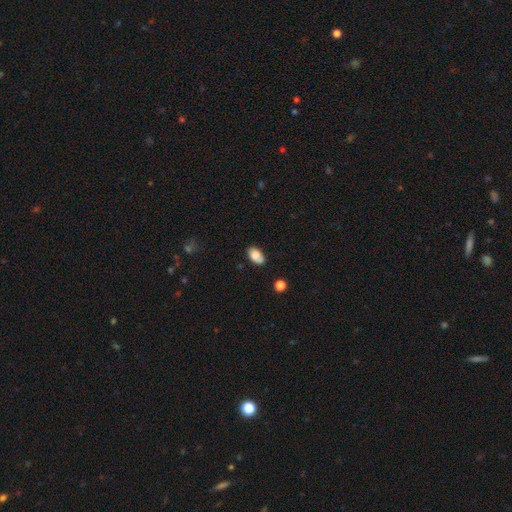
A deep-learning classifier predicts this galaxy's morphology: smooth-or-featured: smooth: 81% | featured or disk: 11% | star or artifact: 8%
  how-rounded: in between: 93% | round: 6% | cigar-shaped: 1%
  merging: none: 76% | minor disturbance: 19% | major disturbance: 3% | merger: 2%